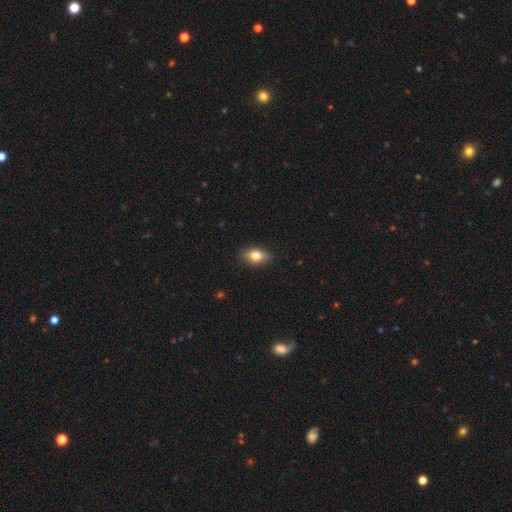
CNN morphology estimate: Smooth or featured?
  - smooth: 74% *
  - featured or disk: 18%
  - star or artifact: 8%
How rounded?
  - in between: 81% *
  - round: 12%
  - cigar-shaped: 7%
Merging?
  - none: 86% *
  - minor disturbance: 11%
  - major disturbance: 2%
  - merger: 1%